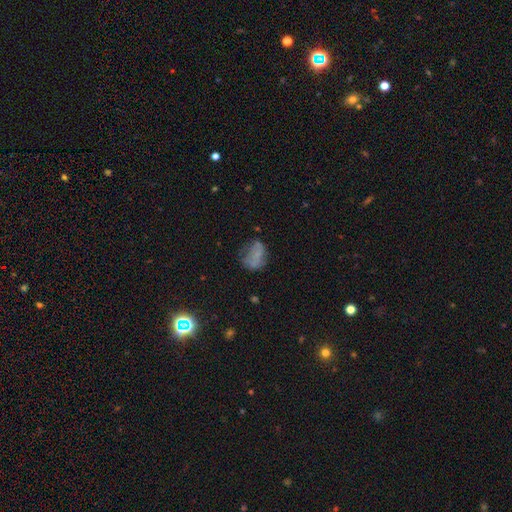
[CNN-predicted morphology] type=smooth (54%); roundness=in between (67%); merging=none (46%).